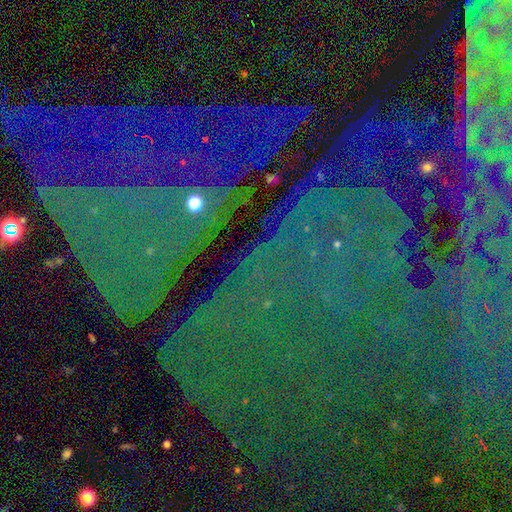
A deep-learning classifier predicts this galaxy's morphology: smooth_or_featured: star or artifact (p=0.84) [alt: featured or disk p=0.09]